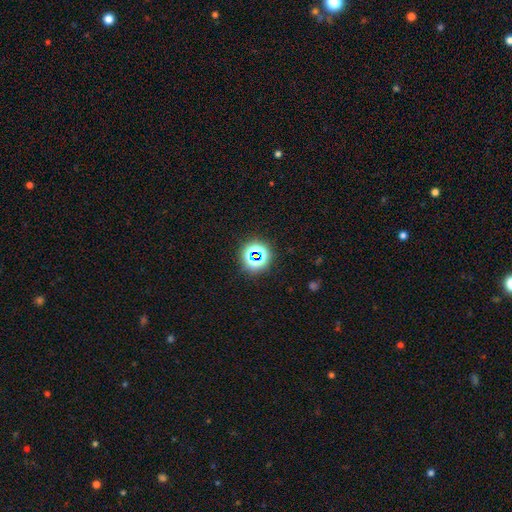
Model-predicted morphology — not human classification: This appears to be a star or artifact, not a galaxy (66%).